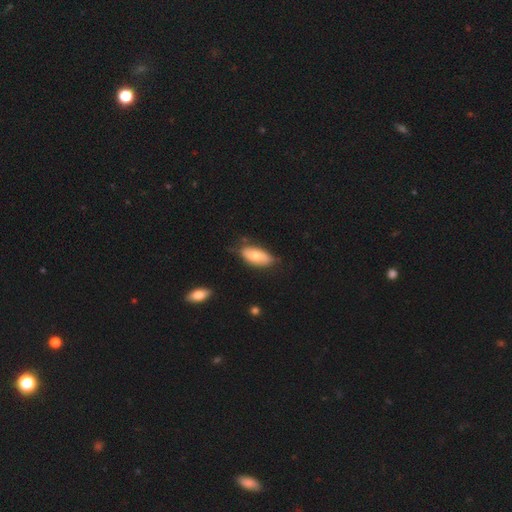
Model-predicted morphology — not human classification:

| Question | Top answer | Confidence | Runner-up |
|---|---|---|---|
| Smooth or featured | smooth | 64% | featured or disk (30%) |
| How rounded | in between | 90% | cigar-shaped (7%) |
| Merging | none | 72% | minor disturbance (22%) |